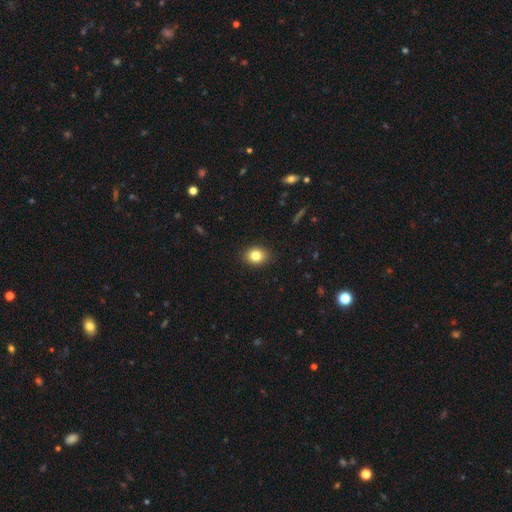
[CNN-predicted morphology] Overall: smooth (82%). How rounded: in between (52%; round 47%). Merging: none (90%).